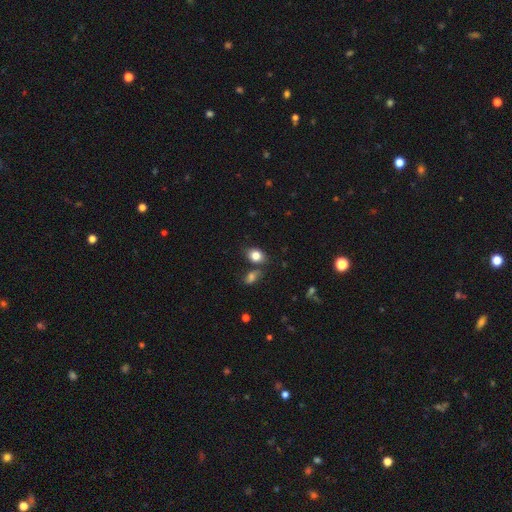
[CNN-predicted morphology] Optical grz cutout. It shows a smooth galaxy with no disk features (82%) that is in between round and cigar-shaped (67%). Merging: none (67%).